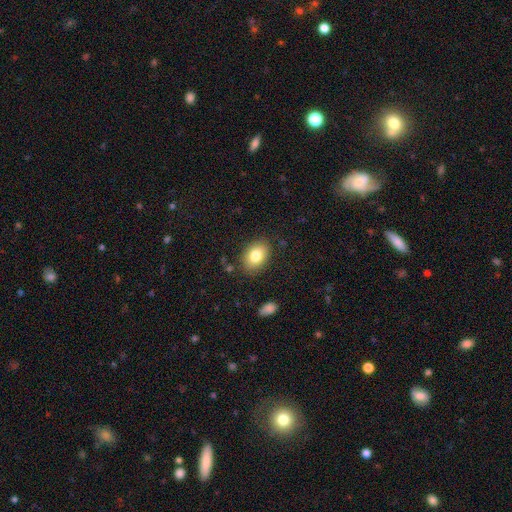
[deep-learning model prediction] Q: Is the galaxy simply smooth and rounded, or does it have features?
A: smooth — 81%.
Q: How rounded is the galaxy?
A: in between — 78%.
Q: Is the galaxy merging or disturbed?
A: none — 84%.